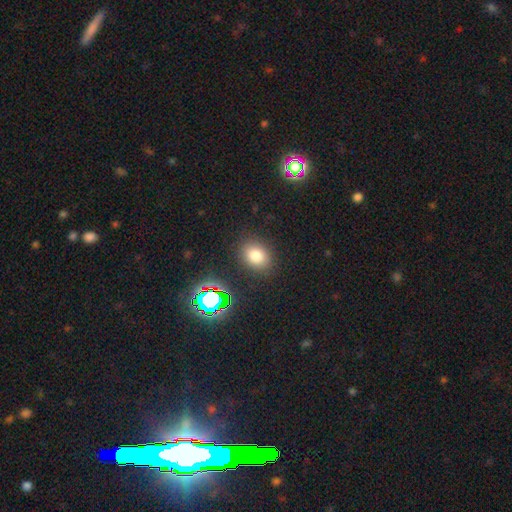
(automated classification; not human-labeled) A smooth galaxy with no disk features (76%) that is in between round and cigar-shaped (52%). Merging: none (85%).